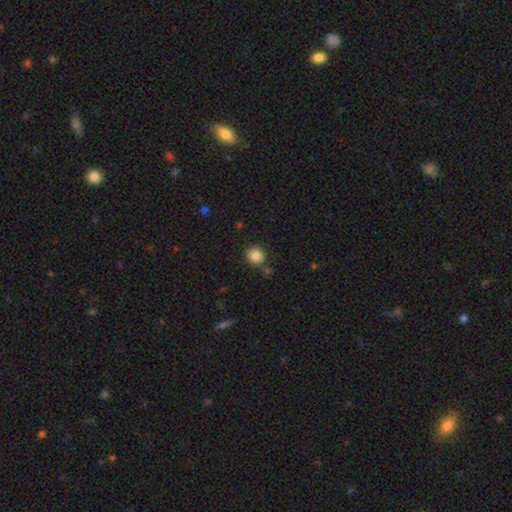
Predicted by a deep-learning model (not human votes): A smooth galaxy with no disk features (86%) that is round (88%).

Vote fractions:
- Smooth or featured? smooth: 86% / star or artifact: 10% / featured or disk: 4%
- How rounded? round: 88% / in between: 11% / cigar-shaped: 1%
- Merging? none: 82% / minor disturbance: 10% / merger: 5% / major disturbance: 3%